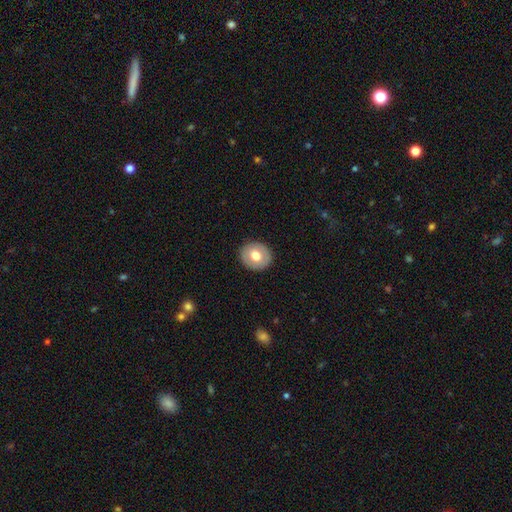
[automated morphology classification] A smooth galaxy with no disk features (69%) that is round (74%). Merging: none (90%).